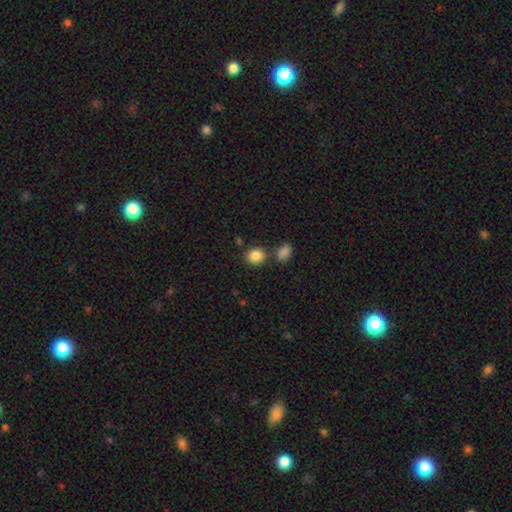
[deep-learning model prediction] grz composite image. It shows a smooth galaxy with no disk features (86%) that is round (73%). Merging: none (69%).